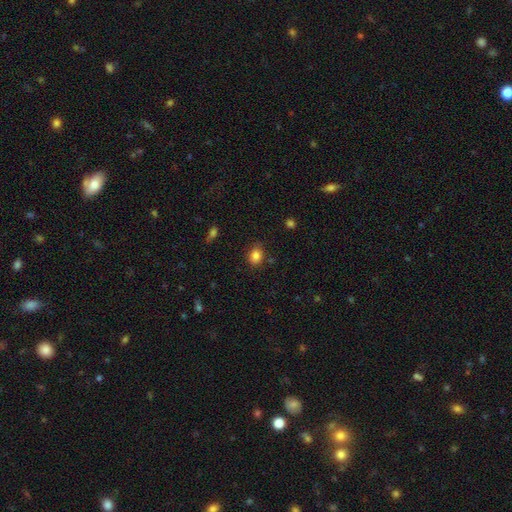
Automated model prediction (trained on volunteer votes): A smooth galaxy with no disk features (84%) that is in between round and cigar-shaped (54%).

Vote fractions:
- Smooth or featured? smooth: 84% / star or artifact: 10% / featured or disk: 6%
- How rounded? in between: 54% / round: 45% / cigar-shaped: 1%
- Merging? none: 80% / minor disturbance: 14% / major disturbance: 3% / merger: 2%